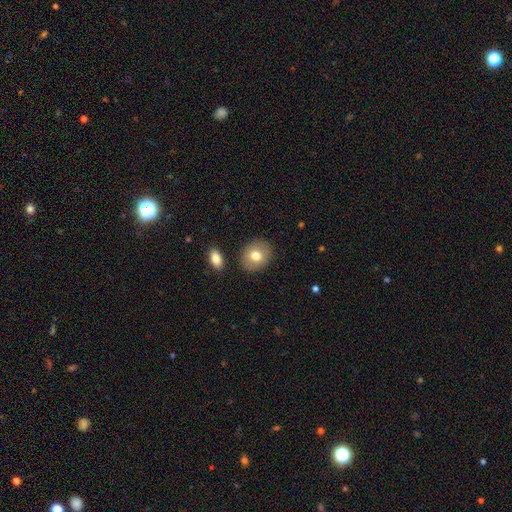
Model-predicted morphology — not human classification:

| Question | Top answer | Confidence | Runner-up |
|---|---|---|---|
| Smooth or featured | smooth | 75% | featured or disk (17%) |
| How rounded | round | 61% | in between (38%) |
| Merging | none | 86% | minor disturbance (8%) |